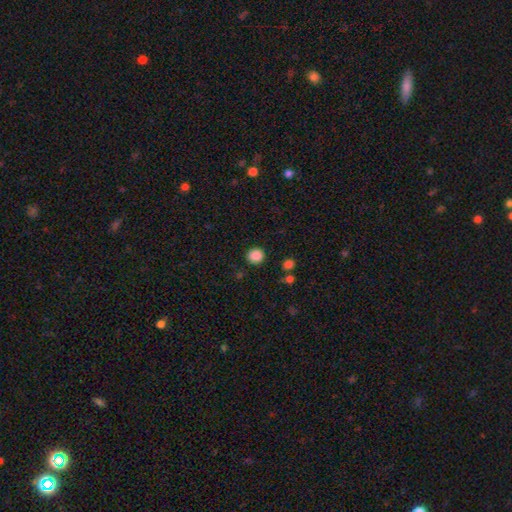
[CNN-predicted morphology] Smooth or featured? smooth (87%)
How rounded? round (90%)
Merging? none (89%)